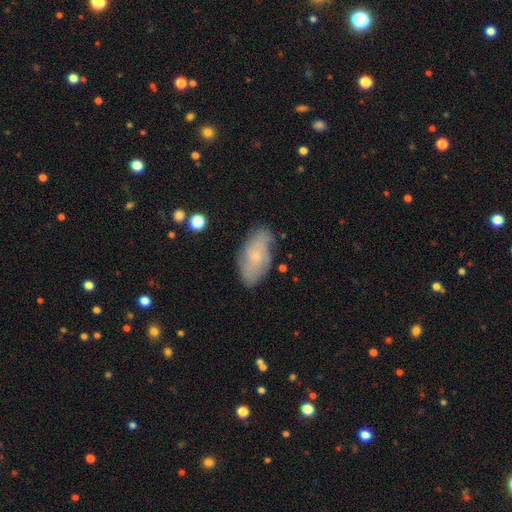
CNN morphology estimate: smooth_or_featured: smooth (p=0.50) [alt: featured or disk p=0.42]
how_rounded: in between (p=0.91) [alt: cigar-shaped p=0.05]
merging: none (p=0.77) [alt: minor disturbance p=0.18]